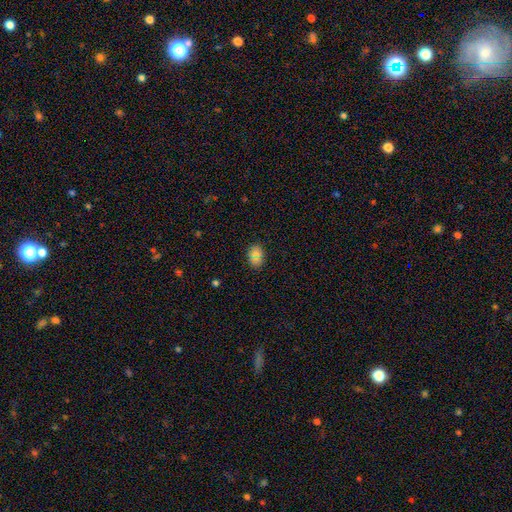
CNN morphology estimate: A smooth galaxy with no disk features (78%) that is in between round and cigar-shaped (69%).

Vote fractions:
- Smooth or featured? smooth: 78% / star or artifact: 14% / featured or disk: 9%
- How rounded? in between: 69% / round: 29% / cigar-shaped: 1%
- Merging? none: 84% / minor disturbance: 11% / merger: 3% / major disturbance: 2%